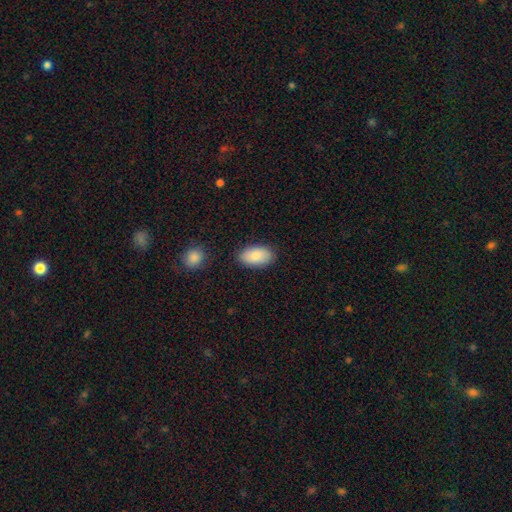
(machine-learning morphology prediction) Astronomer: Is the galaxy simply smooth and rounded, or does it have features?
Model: smooth — 86%.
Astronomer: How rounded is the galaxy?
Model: in between — 94%.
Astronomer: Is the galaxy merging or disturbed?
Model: none — 84%.